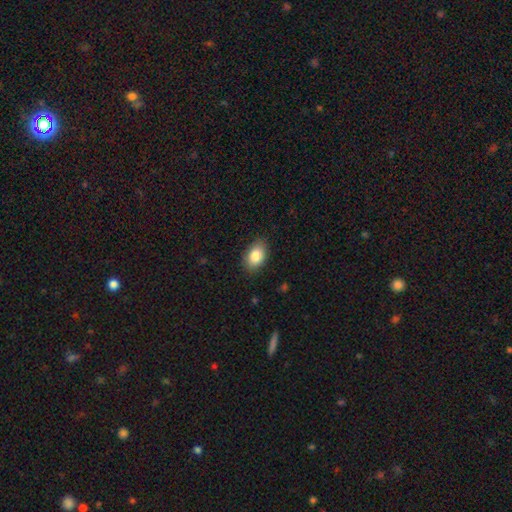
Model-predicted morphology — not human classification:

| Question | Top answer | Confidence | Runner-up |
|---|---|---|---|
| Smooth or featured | smooth | 84% | featured or disk (8%) |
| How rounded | in between | 88% | round (10%) |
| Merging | none | 87% | minor disturbance (10%) |